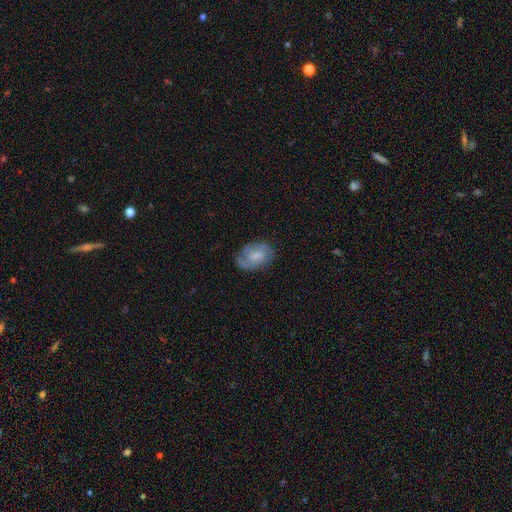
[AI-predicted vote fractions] This appears to be a featured or disk galaxy (55%) with a weak bar (48%), spiral arms (84%) and a small central bulge (39%). Merging: none (72%).